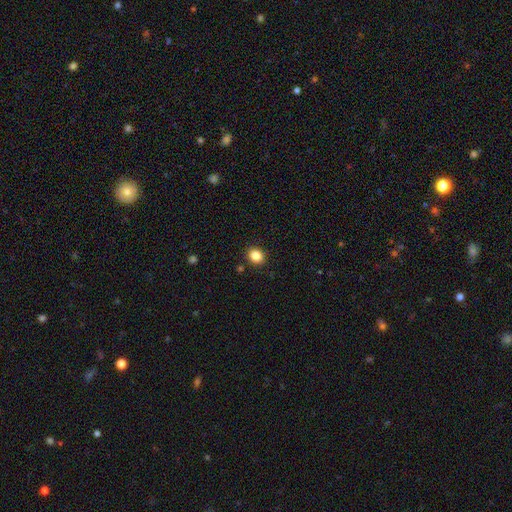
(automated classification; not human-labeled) This appears to be a smooth galaxy with no disk features (86%) that is round (65%). Merging: none (89%).